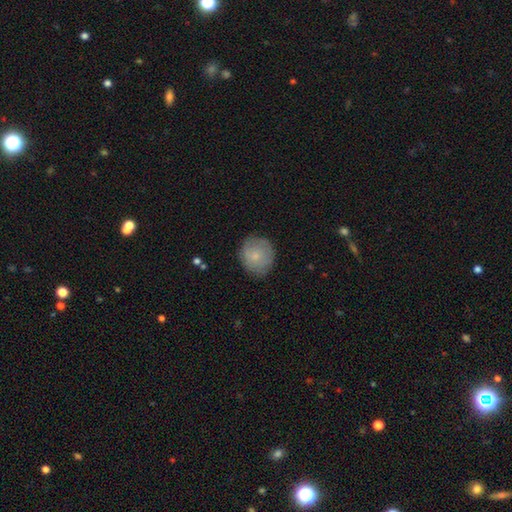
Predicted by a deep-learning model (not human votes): smooth_or_featured: smooth (p=0.72) [alt: featured or disk p=0.21]
how_rounded: round (p=0.87) [alt: in between p=0.12]
merging: none (p=0.80) [alt: minor disturbance p=0.16]